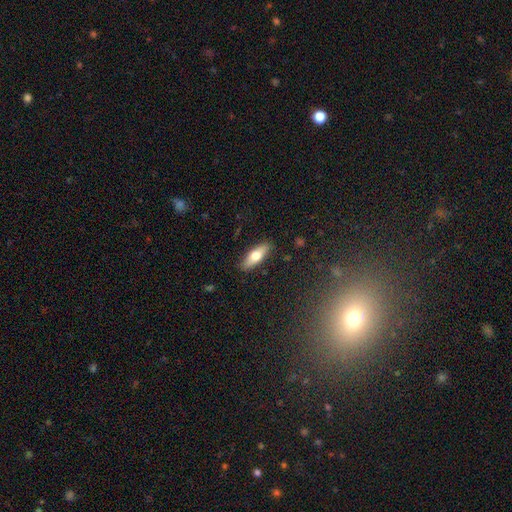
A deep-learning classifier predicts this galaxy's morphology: Overall: smooth (67%). How rounded: in between (59%; cigar-shaped 38%). Merging: none (87%).